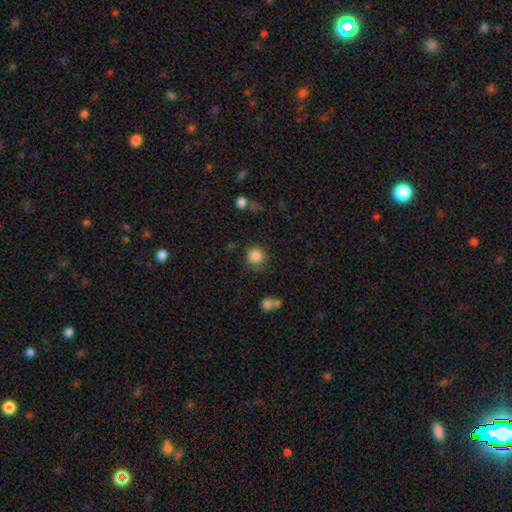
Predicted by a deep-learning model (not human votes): smooth_or_featured: smooth (p=0.85) [alt: star or artifact p=0.10]
how_rounded: round (p=0.92) [alt: in between p=0.07]
merging: none (p=0.80) [alt: minor disturbance p=0.12]